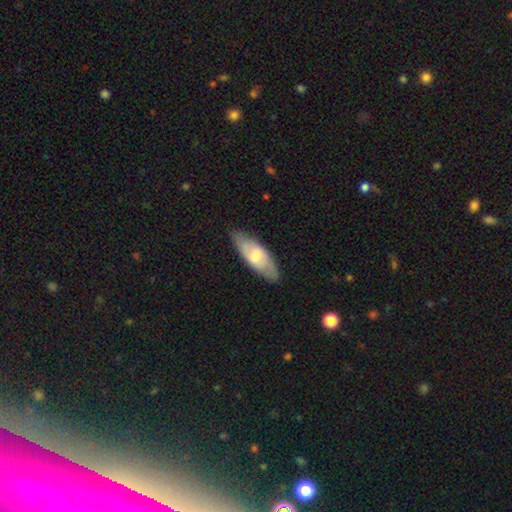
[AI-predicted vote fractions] This is possibly a smooth galaxy (59%). How rounded: likely in between (68%). Merging: clearly none (82%).